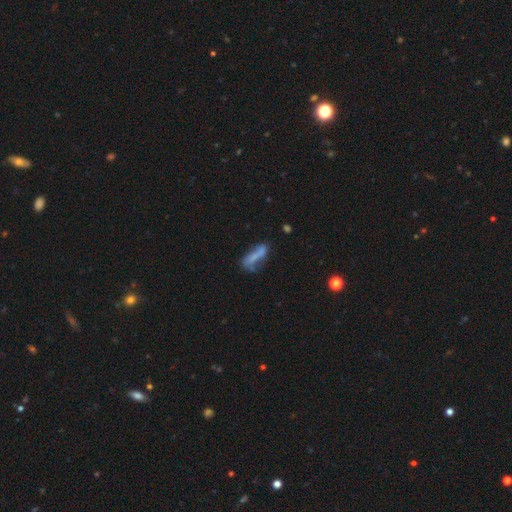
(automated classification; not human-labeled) Smooth or featured?
  - smooth: 58% *
  - featured or disk: 31%
  - star or artifact: 11%
How rounded?
  - cigar-shaped: 55% *
  - in between: 42%
  - round: 3%
Merging?
  - none: 42% *
  - minor disturbance: 25%
  - major disturbance: 17%
  - merger: 17%